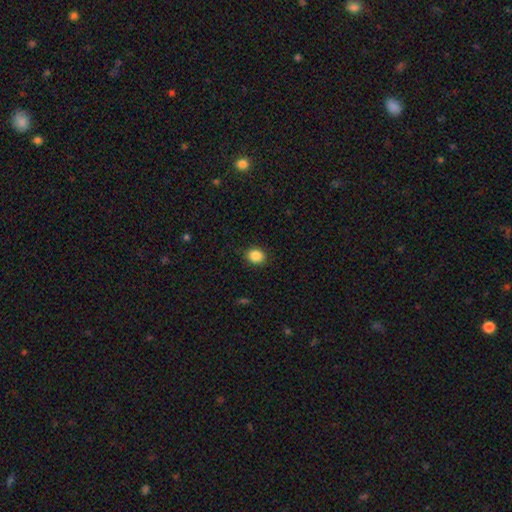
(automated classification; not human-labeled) Smooth or featured?
  - smooth: 87% *
  - star or artifact: 10%
  - featured or disk: 3%
How rounded?
  - round: 64% *
  - in between: 35%
  - cigar-shaped: 1%
Merging?
  - none: 87% *
  - minor disturbance: 9%
  - major disturbance: 2%
  - merger: 1%